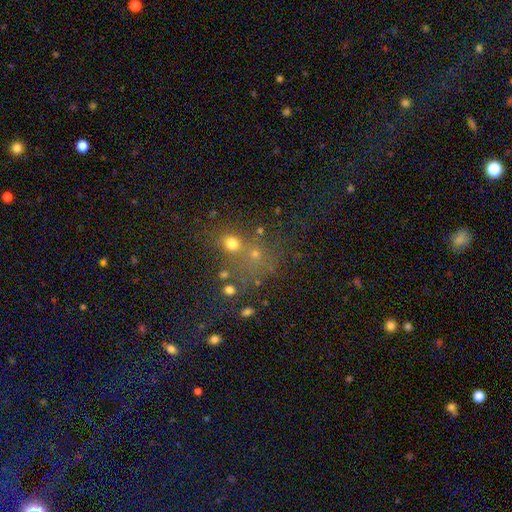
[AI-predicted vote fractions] Smooth or featured? Predicted: smooth (p=0.52). How rounded? Predicted: round (p=0.77). Merging? Predicted: none (p=0.49).